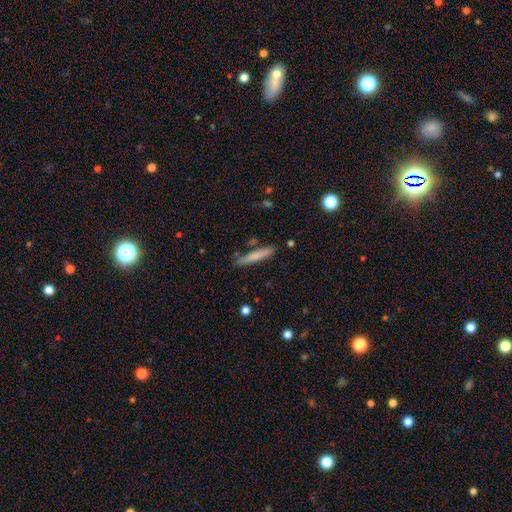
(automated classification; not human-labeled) The model was most divided on "smooth or featured": smooth: 74%, featured or disk: 20%, star or artifact: 6%. More confident: how rounded — cigar-shaped (92%); merging — none (82%).